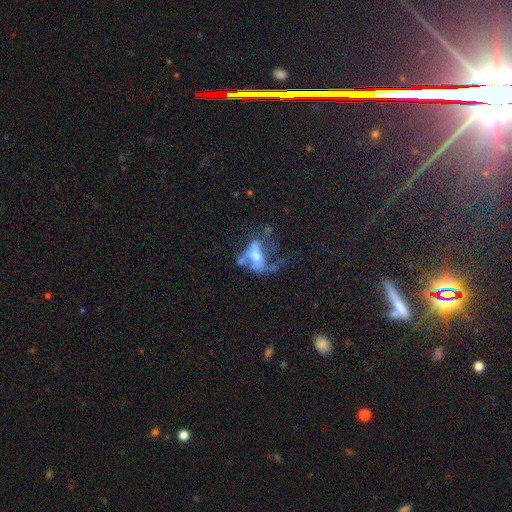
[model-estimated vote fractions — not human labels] smooth_or_featured: featured or disk (p=0.57) [alt: smooth p=0.30]
disk_edge_on: no (p=0.94) [alt: yes p=0.06]
bar: no (p=0.76) [alt: weak p=0.17]
has_spiral_arms: no (p=0.84) [alt: yes p=0.16]
bulge_size: moderate (p=0.43) [alt: none p=0.20]
merging: major disturbance (p=0.45) [alt: merger p=0.26]